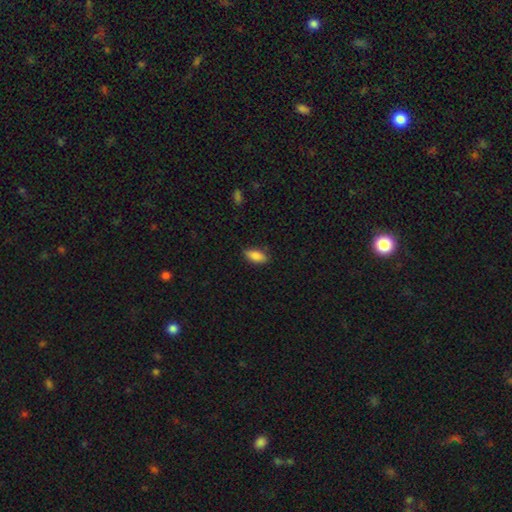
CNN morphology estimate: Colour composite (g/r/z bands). It shows a smooth galaxy with no disk features (86%) that is in between round and cigar-shaped (85%). Merging: none (83%).